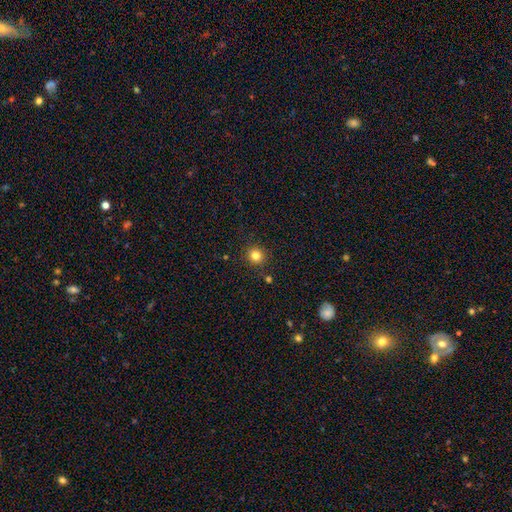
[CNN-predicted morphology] This is clearly a smooth galaxy (82%). How rounded: clearly round (92%). Merging: clearly none (89%).